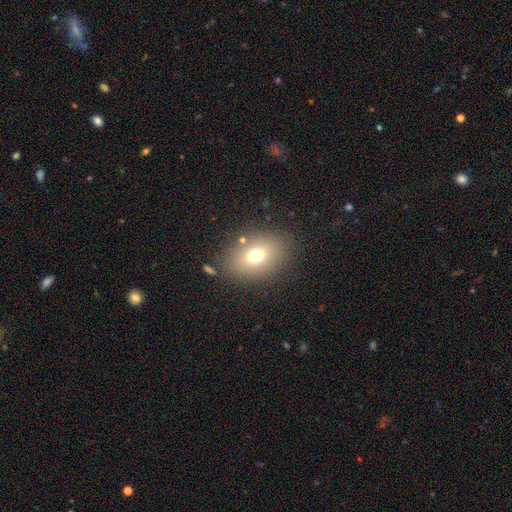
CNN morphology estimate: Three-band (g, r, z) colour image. It shows a smooth galaxy with no disk features (72%) that is in between round and cigar-shaped (73%). Merging: none (81%).